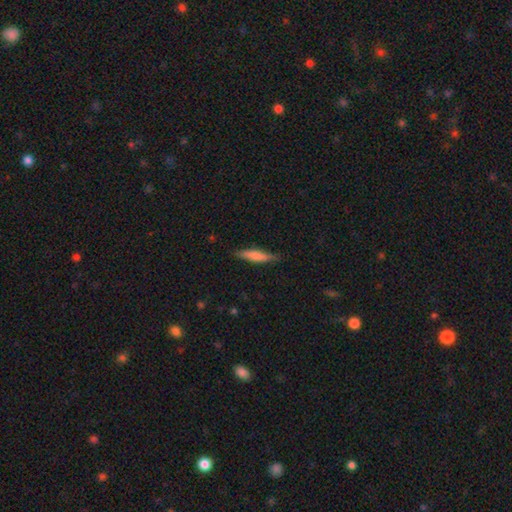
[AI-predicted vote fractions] Smooth or featured?
  - smooth: 73% *
  - featured or disk: 21%
  - star or artifact: 6%
How rounded?
  - cigar-shaped: 83% *
  - in between: 16%
  - round: 1%
Merging?
  - none: 81% *
  - minor disturbance: 15%
  - major disturbance: 3%
  - merger: 1%